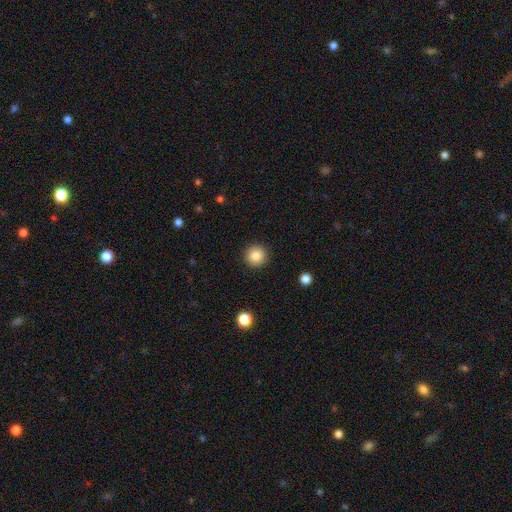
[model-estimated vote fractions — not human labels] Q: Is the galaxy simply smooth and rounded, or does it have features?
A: smooth — 85%.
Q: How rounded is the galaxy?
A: round — 96%.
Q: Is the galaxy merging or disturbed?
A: none — 93%.